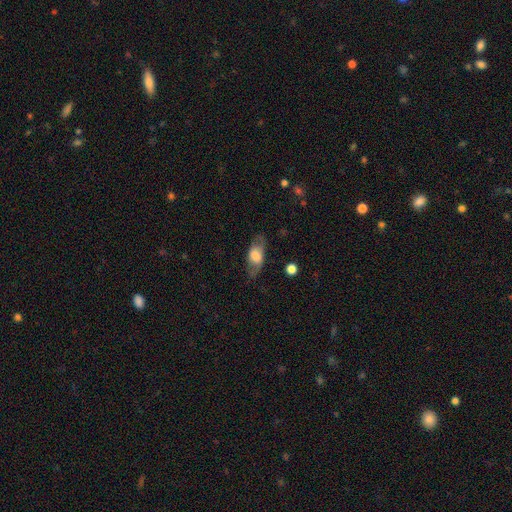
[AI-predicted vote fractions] Q: Smooth or featured?
A: smooth (57%); runner-up: featured or disk (35%)
Q: How rounded?
A: in between (79%); runner-up: cigar-shaped (14%)
Q: Merging?
A: none (71%); runner-up: minor disturbance (18%)